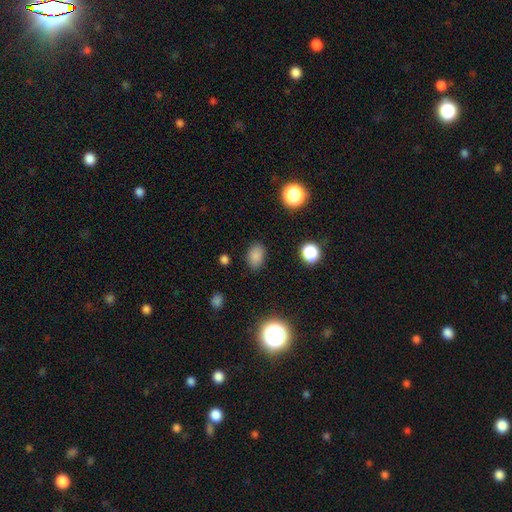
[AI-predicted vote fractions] This appears to be a smooth galaxy with no disk features (82%) that is in between round and cigar-shaped (81%). Merging: none (84%).